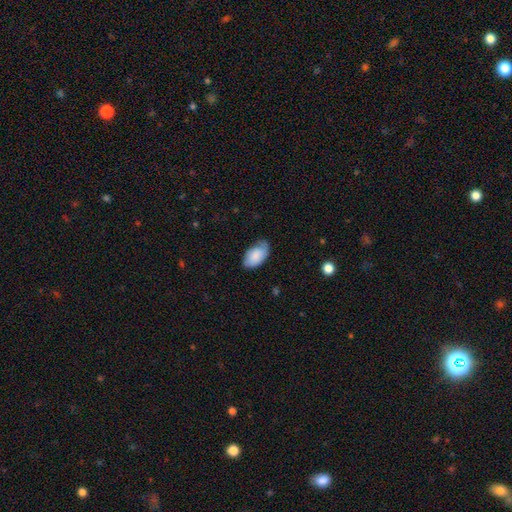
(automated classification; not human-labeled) smooth_or_featured: smooth (p=0.78) [alt: featured or disk p=0.16]
how_rounded: in between (p=0.95) [alt: round p=0.04]
merging: none (p=0.61) [alt: minor disturbance p=0.30]